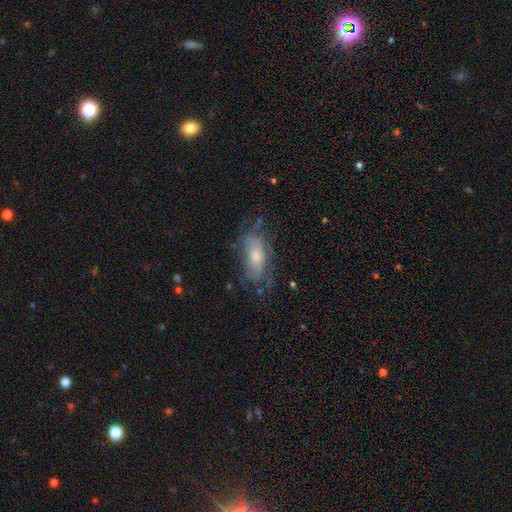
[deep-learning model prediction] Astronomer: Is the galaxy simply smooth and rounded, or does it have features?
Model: featured or disk — 54% (runner-up: smooth, 36%).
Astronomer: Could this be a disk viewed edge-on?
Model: no — 86%.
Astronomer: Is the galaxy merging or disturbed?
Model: none — 57%.